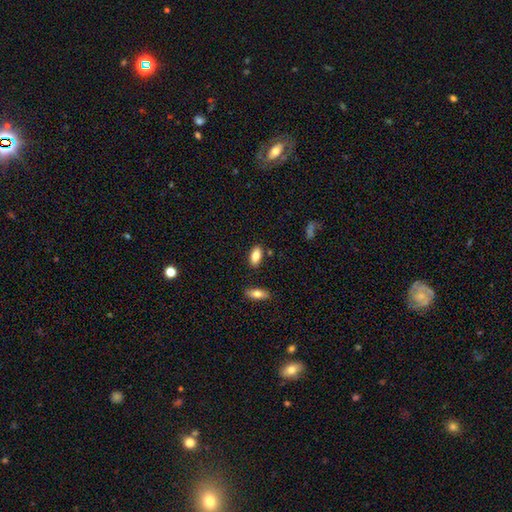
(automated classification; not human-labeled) The model was most divided on "merging": none: 82%, minor disturbance: 11%, merger: 4%, major disturbance: 3%. More confident: how rounded — in between (90%); smooth or featured — smooth (83%).